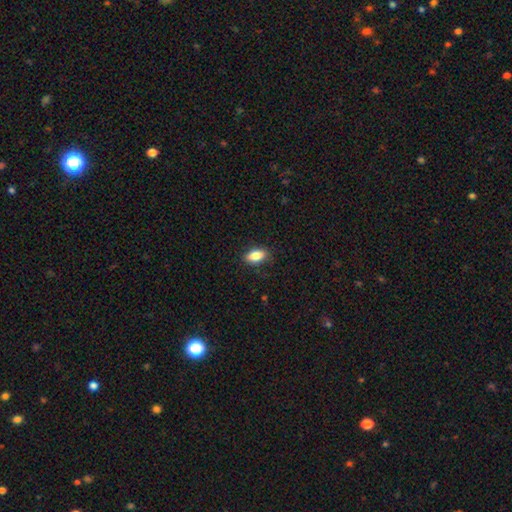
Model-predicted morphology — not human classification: The model was most divided on "merging": none: 85%, minor disturbance: 12%, major disturbance: 3%, merger: 1%. More confident: how rounded — in between (88%); smooth or featured — smooth (85%).